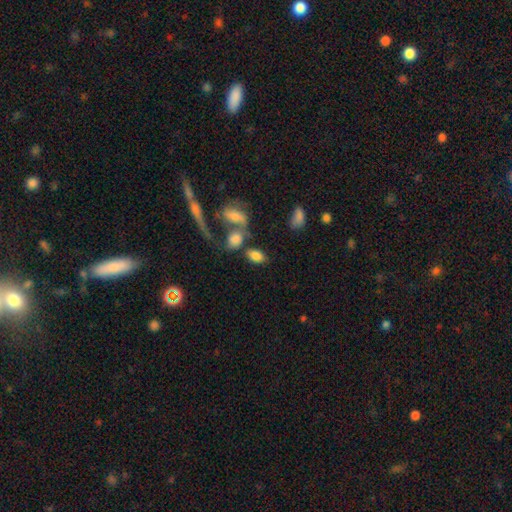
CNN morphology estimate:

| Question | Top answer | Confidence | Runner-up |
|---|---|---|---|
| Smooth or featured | smooth | 80% | featured or disk (11%) |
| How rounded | in between | 89% | round (9%) |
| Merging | none | 52% | merger (26%) |